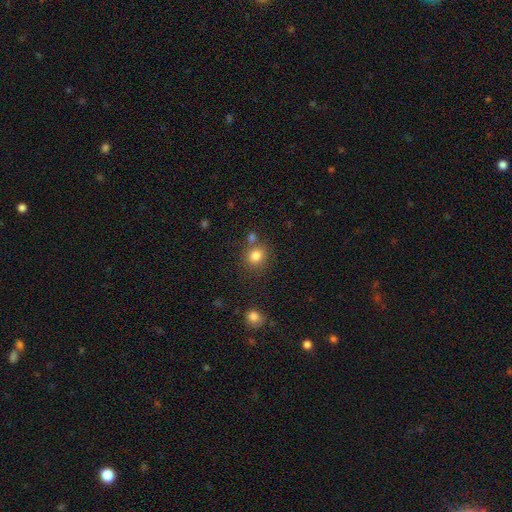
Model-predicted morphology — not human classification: Q: Smooth or featured?
A: smooth (82%); runner-up: star or artifact (12%)
Q: How rounded?
A: round (82%); runner-up: in between (17%)
Q: Merging?
A: none (72%); runner-up: merger (14%)